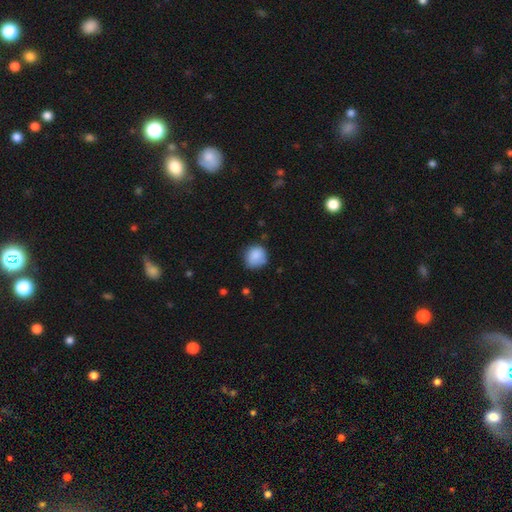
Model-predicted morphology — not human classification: Overall: smooth (86%). How rounded: round (84%). Merging: none (67%).